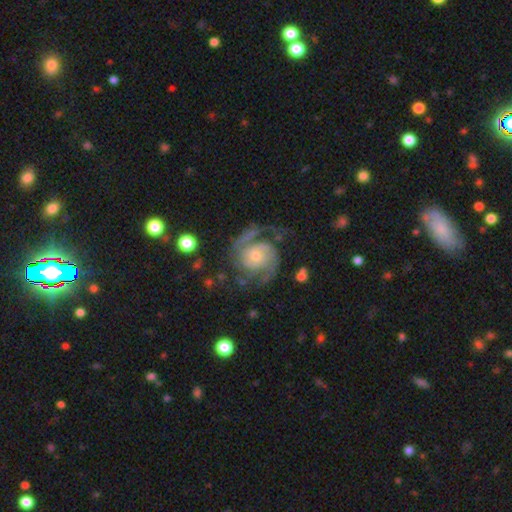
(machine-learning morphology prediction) type=featured or disk (90%); edge-on=no (98%); bar=no (71%); spiral arms=yes (98%); winding=medium (49%); arm count=2 (83%); bulge=small (56%); merging=none (70%).